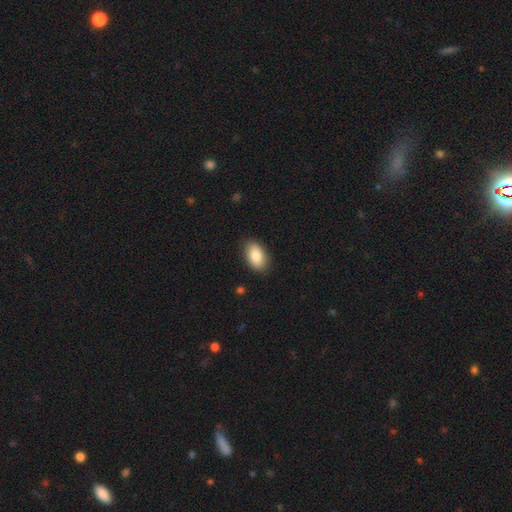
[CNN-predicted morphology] type=smooth (87%); roundness=in between (93%); merging=none (87%).